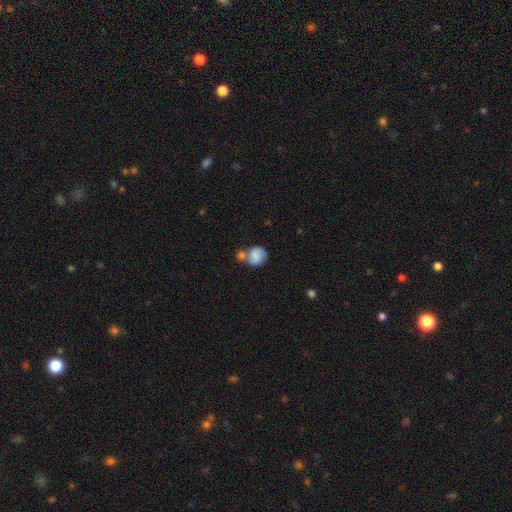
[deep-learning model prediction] smooth_or_featured: smooth (p=0.72) [alt: featured or disk p=0.20]
how_rounded: round (p=0.76) [alt: in between p=0.23]
merging: merger (p=0.44) [alt: none p=0.35]